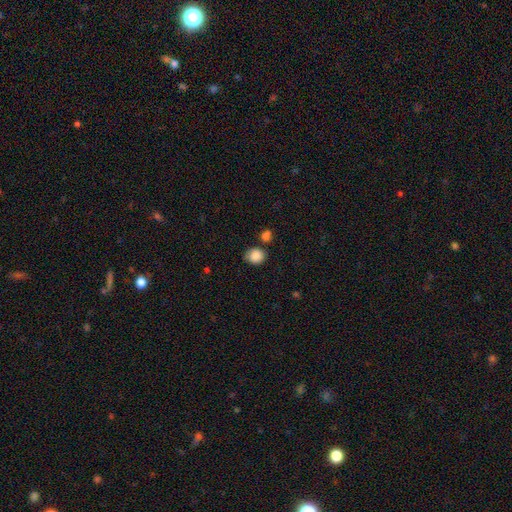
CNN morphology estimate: Overall: smooth (87%). How rounded: round (76%). Merging: none (71%).